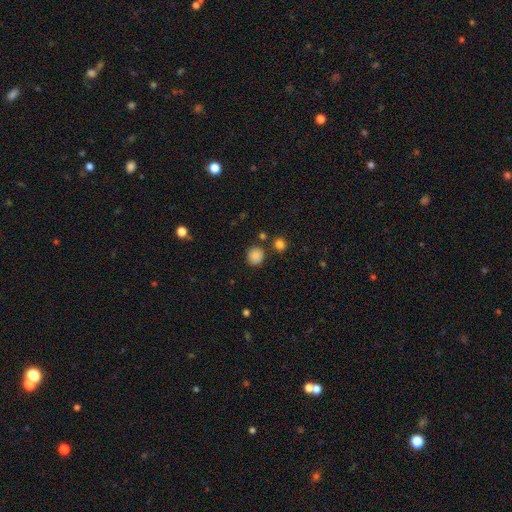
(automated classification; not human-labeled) A smooth galaxy with no disk features (86%) that is round (86%).

Vote fractions:
- Smooth or featured? smooth: 86% / star or artifact: 11% / featured or disk: 4%
- How rounded? round: 86% / in between: 13% / cigar-shaped: 1%
- Merging? none: 81% / minor disturbance: 10% / merger: 6% / major disturbance: 3%